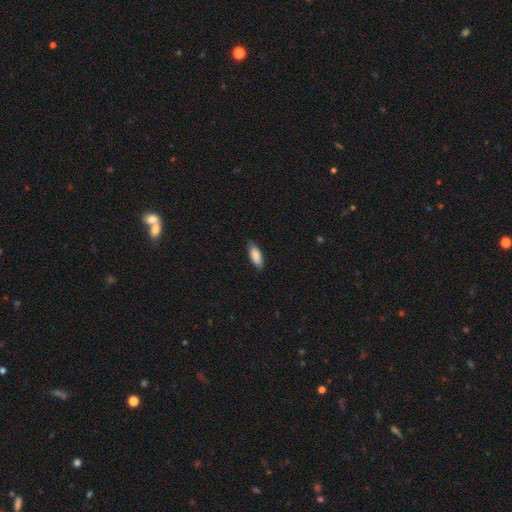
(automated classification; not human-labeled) smooth-or-featured: smooth: 88% | featured or disk: 7% | star or artifact: 6%
  how-rounded: in between: 77% | cigar-shaped: 21% | round: 2%
  merging: none: 84% | minor disturbance: 13% | major disturbance: 2% | merger: 1%